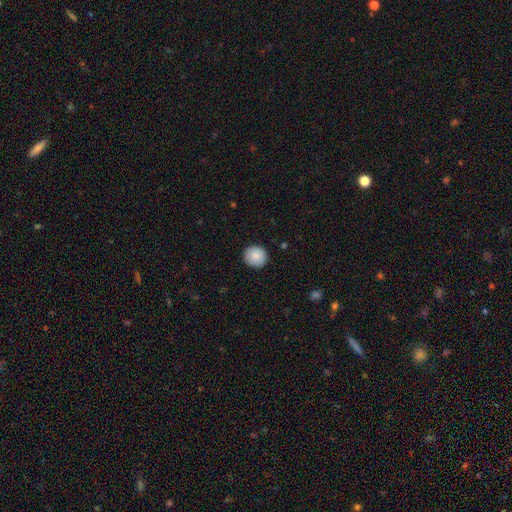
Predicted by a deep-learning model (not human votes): The model was most divided on "smooth or featured": smooth: 88%, star or artifact: 7%, featured or disk: 5%. More confident: how rounded — round (91%); merging — none (90%).